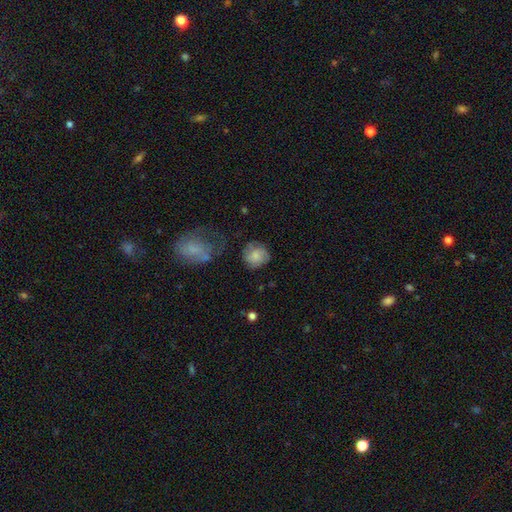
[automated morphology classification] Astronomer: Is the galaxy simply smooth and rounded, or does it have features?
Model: smooth — 56% (runner-up: featured or disk, 36%).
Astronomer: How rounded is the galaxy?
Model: round — 81%.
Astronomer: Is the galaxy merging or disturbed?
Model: none — 63%.